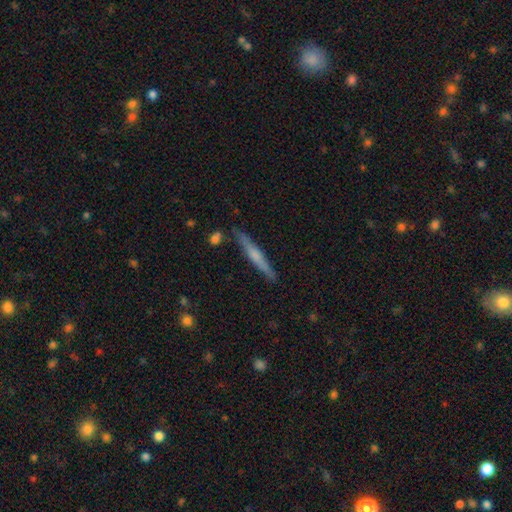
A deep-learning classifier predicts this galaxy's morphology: The model was most divided on "smooth or featured": featured or disk: 57%, smooth: 37%, star or artifact: 6%. More confident: edge-on disk — yes (97%); merging — none (87%); edge-on bulge — rounded (56%).